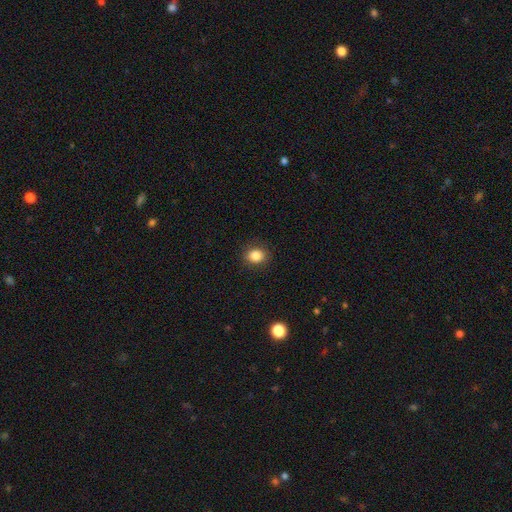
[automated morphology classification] type=smooth (84%); roundness=round (64%); merging=none (88%).